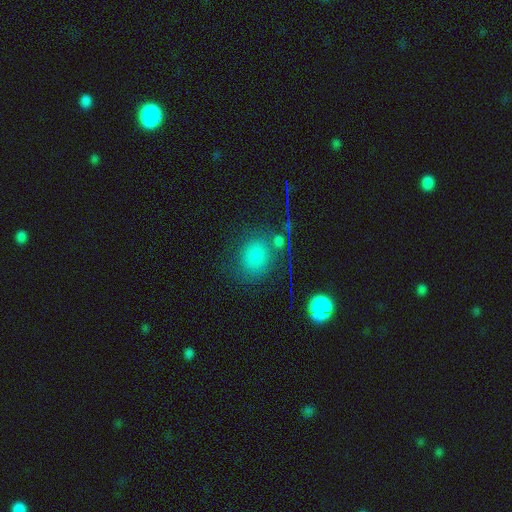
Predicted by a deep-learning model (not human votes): A smooth galaxy with no disk features (69%) that is round (66%). Merging: none (73%).